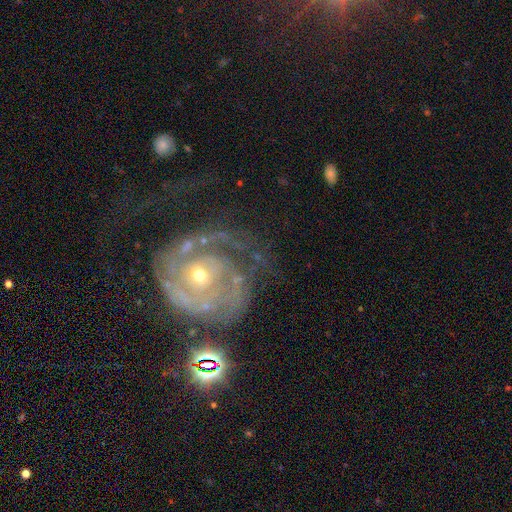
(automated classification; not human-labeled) Smooth or featured?
  - featured or disk: 86% *
  - star or artifact: 8%
  - smooth: 6%
Edge-on disk?
  - no: 98% *
  - yes: 2%
Bar?
  - no: 74% *
  - weak: 20%
  - strong: 6%
Spiral arms?
  - yes: 94% *
  - no: 6%
Spiral winding?
  - tight: 64% *
  - medium: 27%
  - loose: 8%
Spiral arm count?
  - 2: 37% *
  - can't tell: 25%
  - 3: 15%
  - 1: 11%
  - 4: 6%
  - more than 4: 5%
Bulge size?
  - small: 61% *
  - moderate: 35%
  - large: 2%
  - none: 1%
  - dominant: 1%
Merging?
  - none: 48% *
  - major disturbance: 28%
  - minor disturbance: 19%
  - merger: 5%